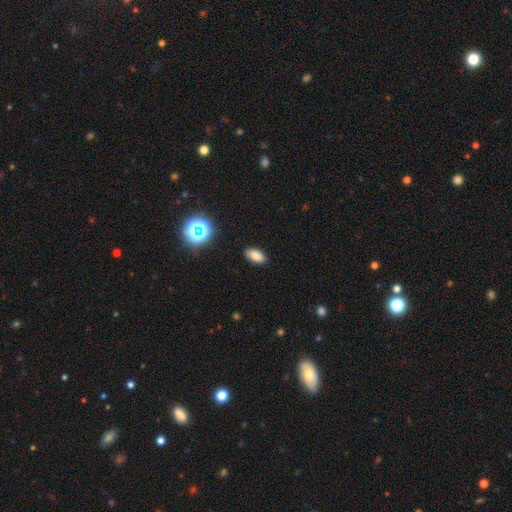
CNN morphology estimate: Smooth or featured?
  - smooth: 80% *
  - star or artifact: 14%
  - featured or disk: 6%
How rounded?
  - in between: 92% *
  - round: 5%
  - cigar-shaped: 4%
Merging?
  - none: 88% *
  - minor disturbance: 9%
  - major disturbance: 2%
  - merger: 1%